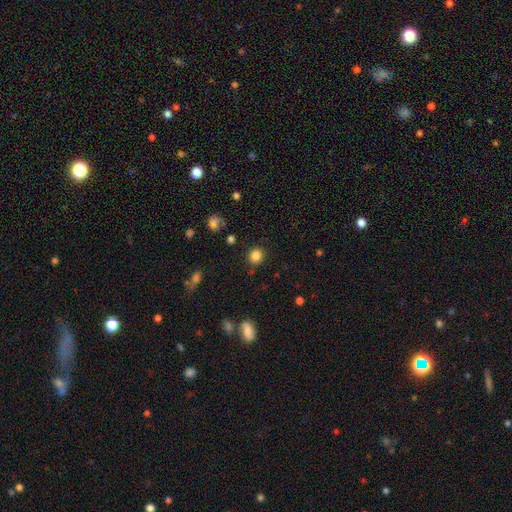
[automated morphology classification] Smooth or featured? smooth (84%)
How rounded? round (83%)
Merging? none (86%)